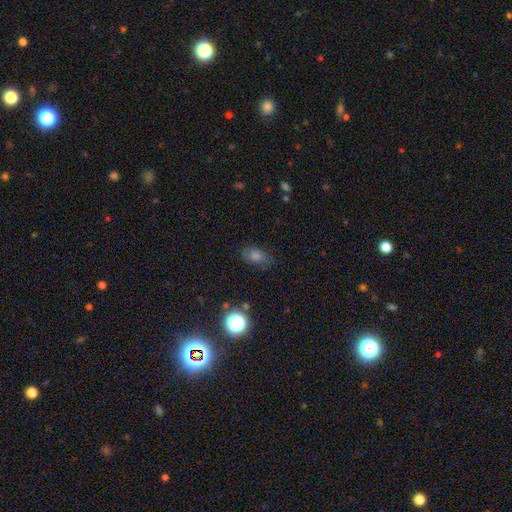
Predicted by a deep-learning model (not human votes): The model was most divided on "smooth or featured": smooth: 63%, star or artifact: 25%, featured or disk: 12%. More confident: merging — none (82%); how rounded — in between (79%).